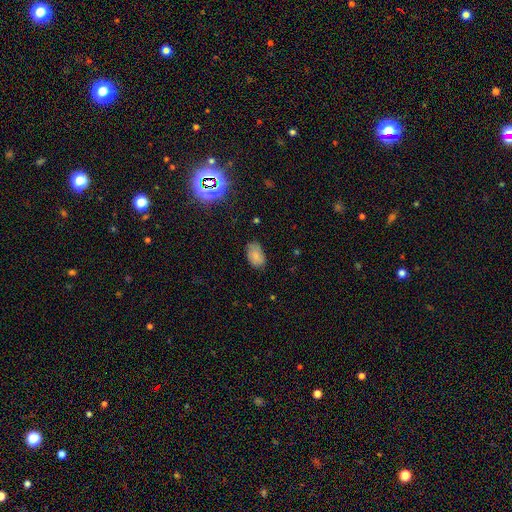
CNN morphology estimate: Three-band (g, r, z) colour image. It shows a smooth galaxy with no disk features (78%) that is in between round and cigar-shaped (91%). Merging: none (74%).